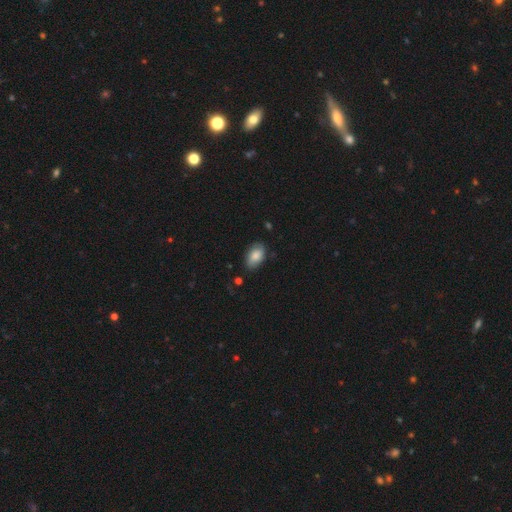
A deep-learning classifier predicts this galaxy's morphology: The model was most divided on "merging": none: 75%, minor disturbance: 20%, major disturbance: 3%, merger: 2%. More confident: how rounded — in between (92%); smooth or featured — smooth (81%).